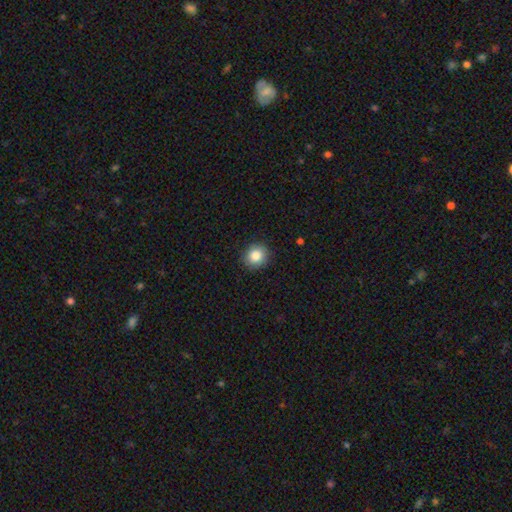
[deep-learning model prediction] Smooth or featured: smooth — 85% (star or artifact — 9%)
How rounded: round — 84% (in between — 15%)
Merging: none — 89% (minor disturbance — 8%)